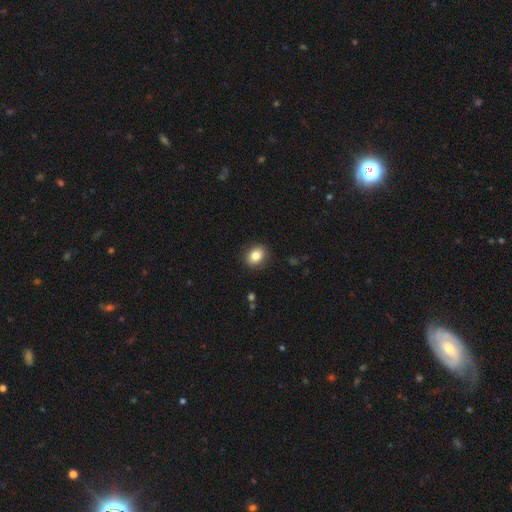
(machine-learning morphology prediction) This appears to be a smooth galaxy with no disk features (83%) that is in between round and cigar-shaped (52%). Merging: none (89%).